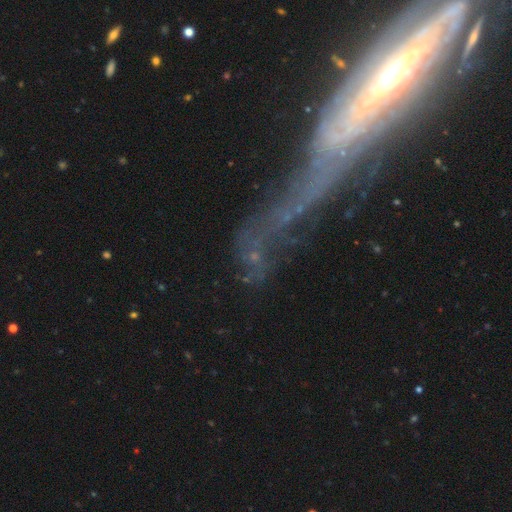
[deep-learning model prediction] This is possibly a featured or disk galaxy (46%). Merging: marginally none (37%).